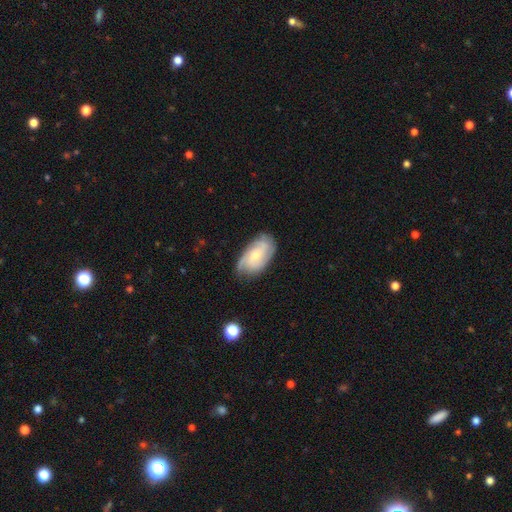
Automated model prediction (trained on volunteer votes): smooth-or-featured: featured or disk: 68% | smooth: 26% | star or artifact: 6%
  disk-edge-on: no: 96% | yes: 4%
    bar: no: 64% | weak: 31% | strong: 5%
    has-spiral-arms: yes: 92% | no: 8%
      spiral-winding: tight: 45% | medium: 40% | loose: 15%
      spiral-arm-count: 3: 31% | can't tell: 26% | 2: 25% | 4: 9% | 1: 4% | more than 4: 4%
    bulge-size: small: 55% | moderate: 40% | none: 2% | large: 2% | dominant: 1%
  merging: none: 73% | minor disturbance: 21% | major disturbance: 5% | merger: 1%